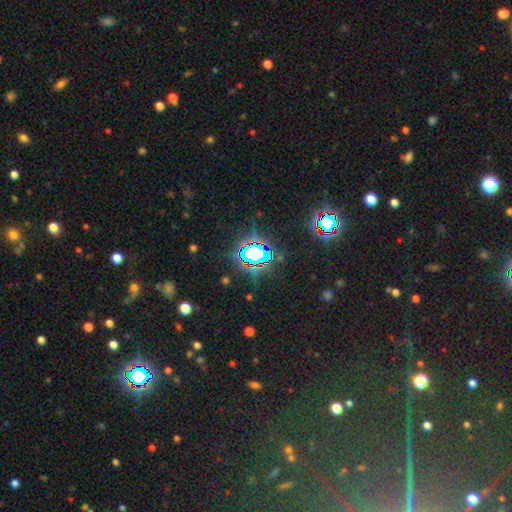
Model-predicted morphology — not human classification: star or artifact 75%, smooth 14%, featured or disk 11%.